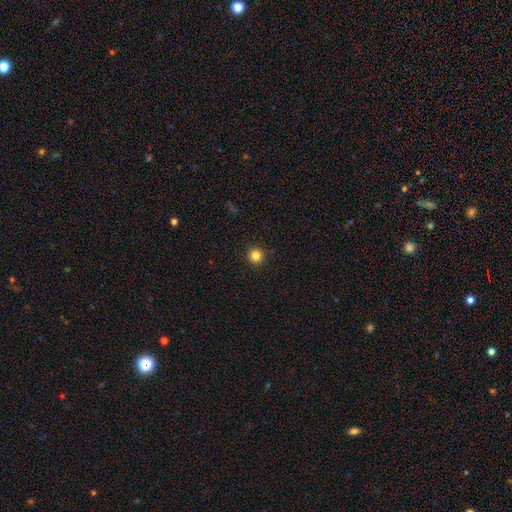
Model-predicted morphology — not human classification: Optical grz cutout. It shows a smooth galaxy with no disk features (84%) that is round (95%). Merging: none (93%).